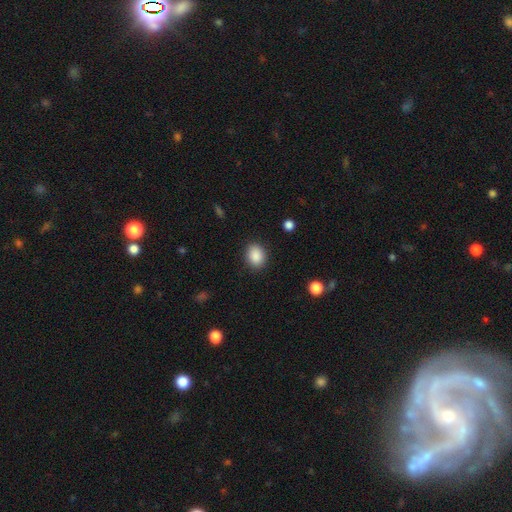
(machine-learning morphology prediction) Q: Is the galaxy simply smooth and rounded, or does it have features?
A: smooth — 88%.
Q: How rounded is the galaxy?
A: in between — 57%.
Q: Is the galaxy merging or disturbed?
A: none — 88%.